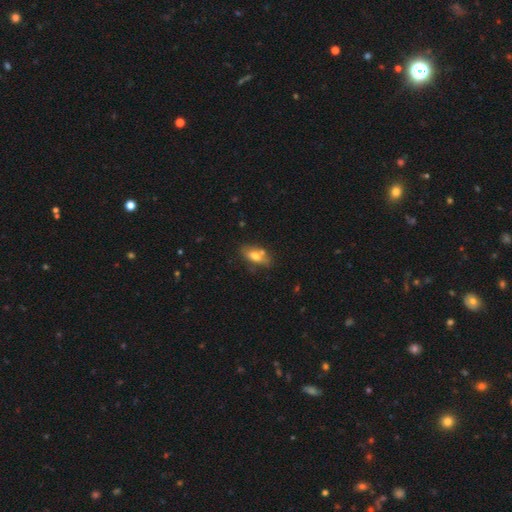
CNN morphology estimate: A smooth galaxy with no disk features (67%) that is in between round and cigar-shaped (82%).

Vote fractions:
- Smooth or featured? smooth: 67% / featured or disk: 24% / star or artifact: 8%
- How rounded? in between: 82% / cigar-shaped: 11% / round: 7%
- Merging? none: 61% / minor disturbance: 19% / merger: 15% / major disturbance: 5%